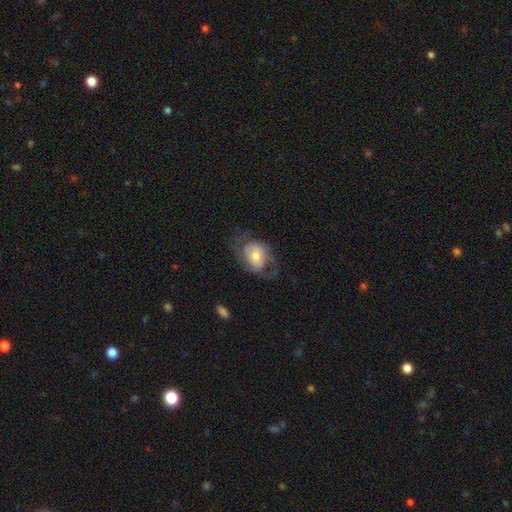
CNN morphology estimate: This appears to be a featured or disk galaxy (47%). Merging: none (50%).